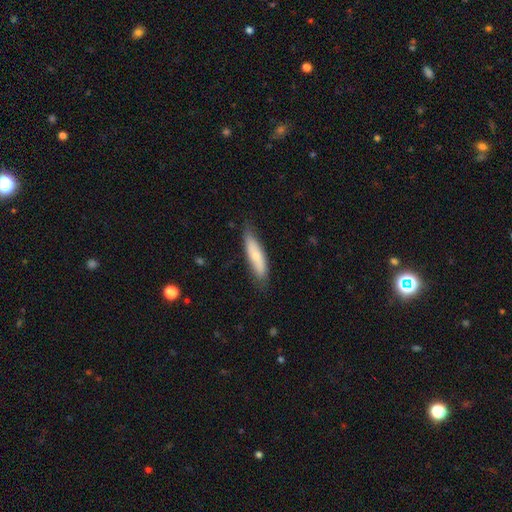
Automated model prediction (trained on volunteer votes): Morphology: type=smooth (65%); roundness=cigar-shaped (68%); merging=none (74%).